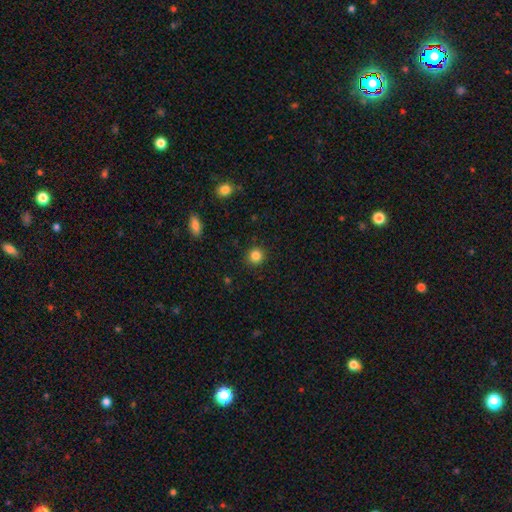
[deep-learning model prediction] Overall: smooth (84%). How rounded: round (91%). Merging: none (91%).